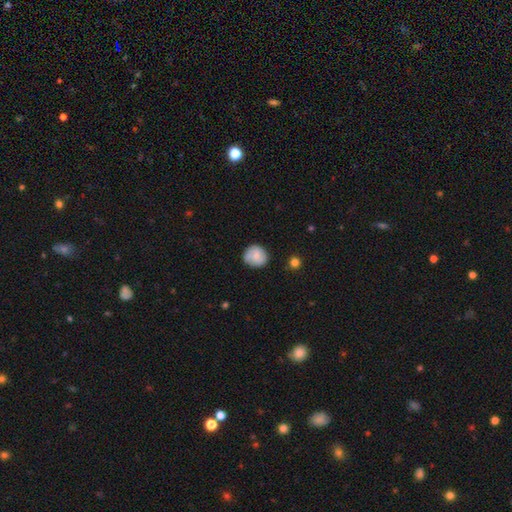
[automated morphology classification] type=smooth (69%); roundness=round (88%); merging=none (79%).